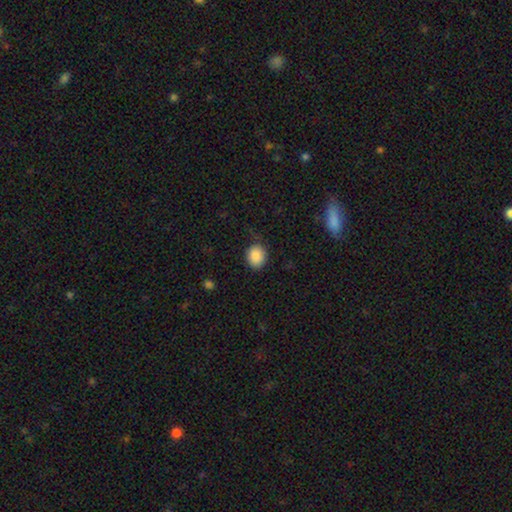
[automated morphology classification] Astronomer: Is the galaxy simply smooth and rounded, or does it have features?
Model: smooth — 87%.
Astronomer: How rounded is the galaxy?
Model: round — 66%.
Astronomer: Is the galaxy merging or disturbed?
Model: none — 77%.